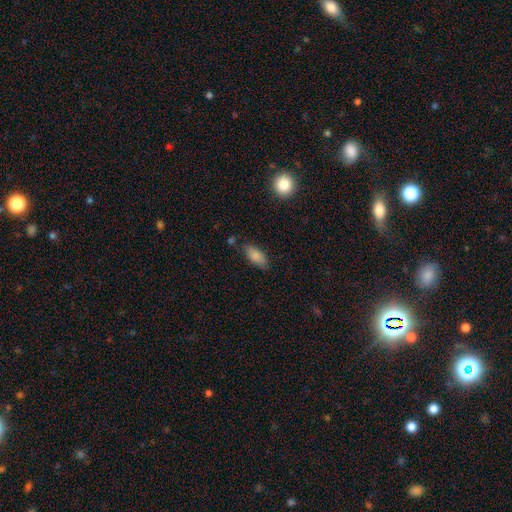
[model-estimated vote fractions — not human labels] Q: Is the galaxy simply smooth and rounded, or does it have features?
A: smooth — 84%.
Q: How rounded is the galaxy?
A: in between — 88%.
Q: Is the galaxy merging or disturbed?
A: none — 76%.